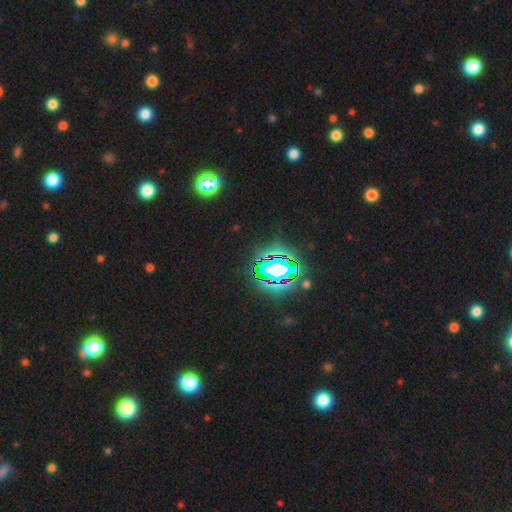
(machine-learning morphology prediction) smooth-or-featured: star or artifact: 82% | smooth: 11% | featured or disk: 7%